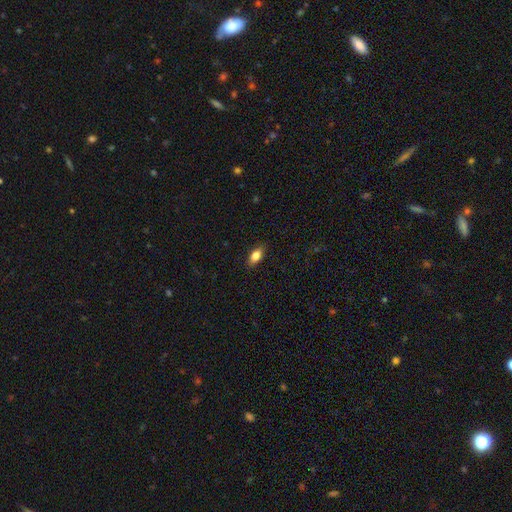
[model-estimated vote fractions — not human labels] A smooth galaxy with no disk features (83%) that is in between round and cigar-shaped (86%). Merging: none (86%).